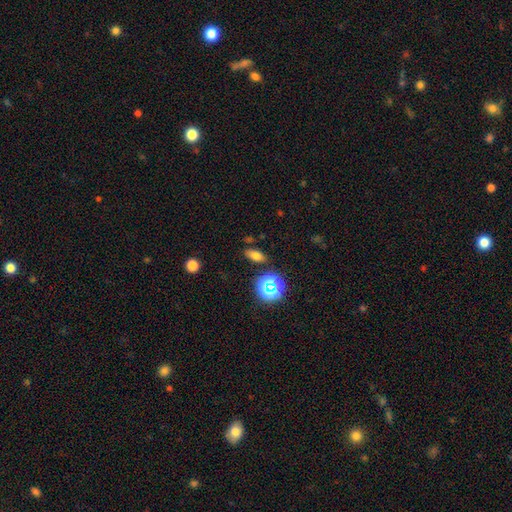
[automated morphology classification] smooth 71%, star or artifact 19%, featured or disk 10%. Down the decision tree: how rounded — in between (77%); merging — none (83%).